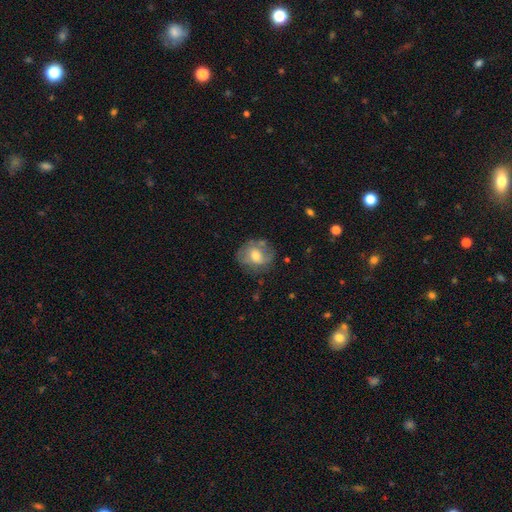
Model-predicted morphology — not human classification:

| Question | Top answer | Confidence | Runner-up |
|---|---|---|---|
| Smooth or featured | featured or disk | 47% | smooth (45%) |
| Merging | none | 63% | minor disturbance (23%) |